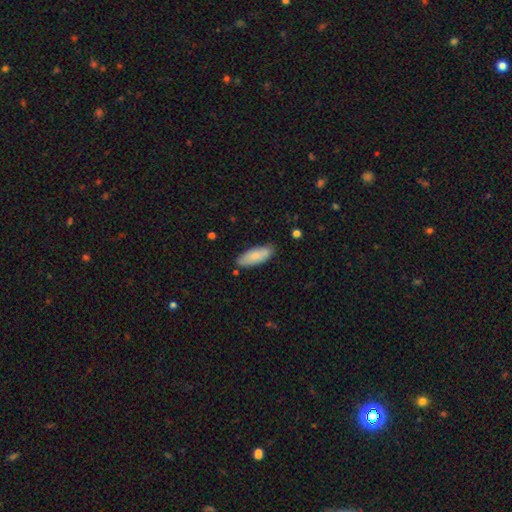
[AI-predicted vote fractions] A smooth galaxy with no disk features (74%) that is in between round and cigar-shaped (76%).

Vote fractions:
- Smooth or featured? smooth: 74% / featured or disk: 20% / star or artifact: 6%
- How rounded? in between: 76% / cigar-shaped: 22% / round: 2%
- Merging? none: 80% / minor disturbance: 15% / major disturbance: 2% / merger: 2%